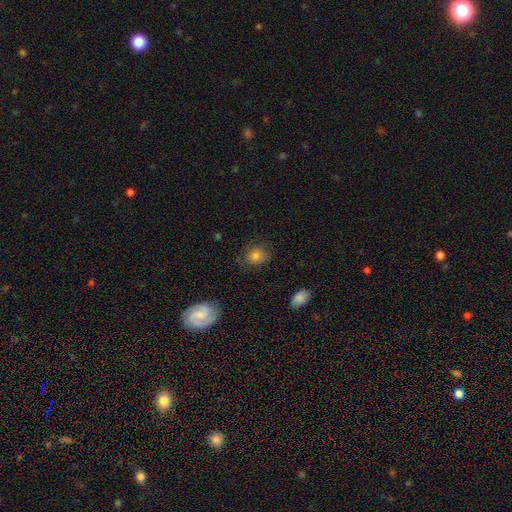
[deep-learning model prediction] smooth_or_featured: smooth (p=0.77) [alt: star or artifact p=0.12]
how_rounded: round (p=0.69) [alt: in between p=0.30]
merging: none (p=0.78) [alt: minor disturbance p=0.15]